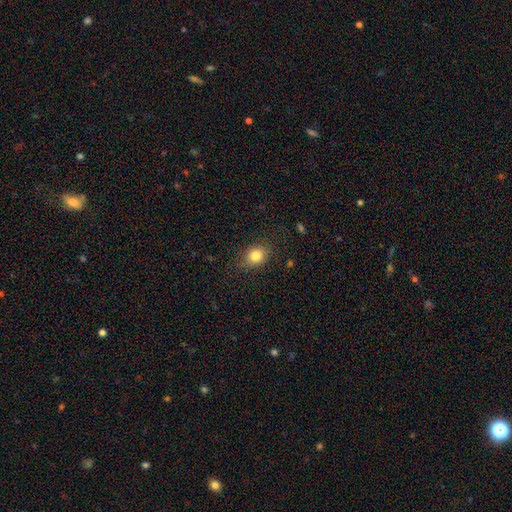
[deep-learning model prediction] This appears to be a smooth galaxy with no disk features (81%) that is in between round and cigar-shaped (53%). Merging: none (79%).